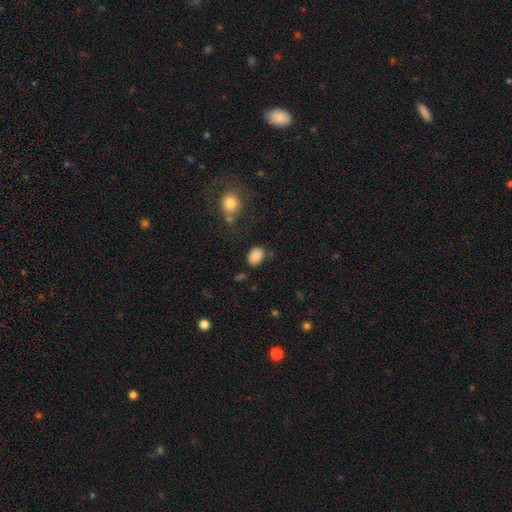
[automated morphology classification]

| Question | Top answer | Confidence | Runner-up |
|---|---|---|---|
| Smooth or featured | smooth | 87% | star or artifact (9%) |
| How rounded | in between | 71% | round (28%) |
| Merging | none | 72% | minor disturbance (18%) |